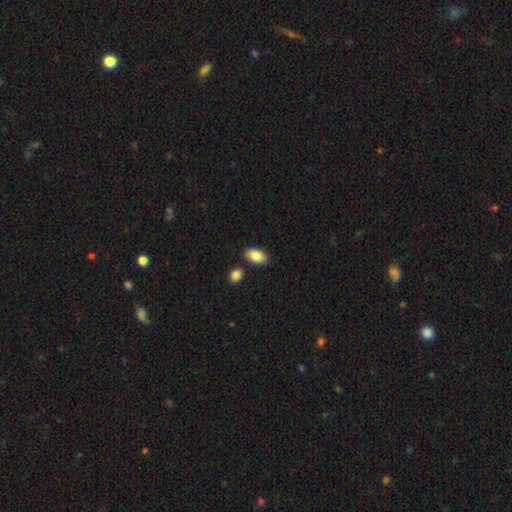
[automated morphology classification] Q: Smooth or featured?
A: smooth (88%); runner-up: star or artifact (6%)
Q: How rounded?
A: in between (94%); runner-up: round (4%)
Q: Merging?
A: none (83%); runner-up: minor disturbance (9%)